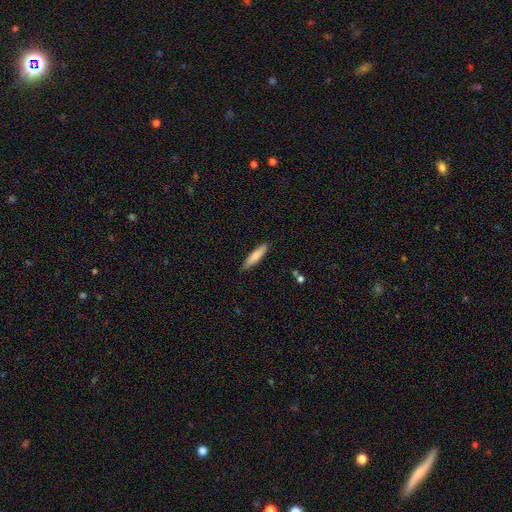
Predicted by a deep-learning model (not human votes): This is likely a smooth galaxy (79%). How rounded: clearly cigar-shaped (82%). Merging: clearly none (87%).